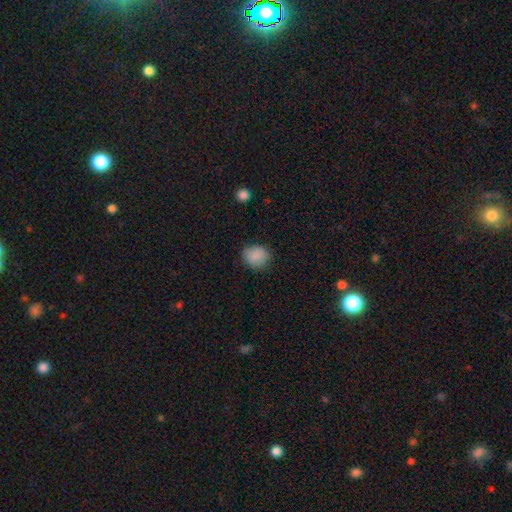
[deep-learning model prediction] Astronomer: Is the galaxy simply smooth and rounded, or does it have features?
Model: smooth — 86%.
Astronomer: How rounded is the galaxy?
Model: round — 66%.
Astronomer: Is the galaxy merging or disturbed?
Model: none — 79%.